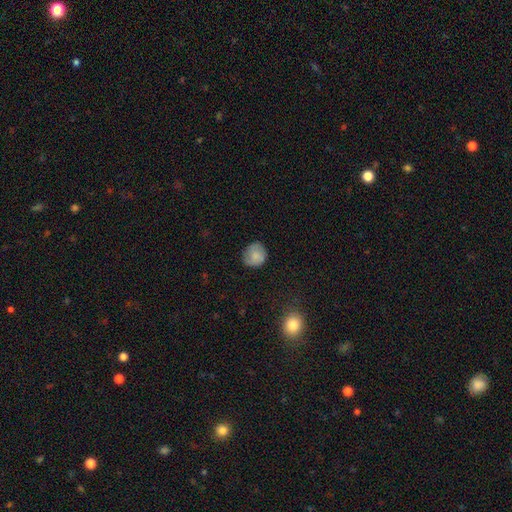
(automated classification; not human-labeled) smooth-or-featured: smooth: 71% | featured or disk: 21% | star or artifact: 8%
  how-rounded: round: 83% | in between: 16% | cigar-shaped: 1%
  merging: none: 74% | minor disturbance: 20% | major disturbance: 5% | merger: 1%